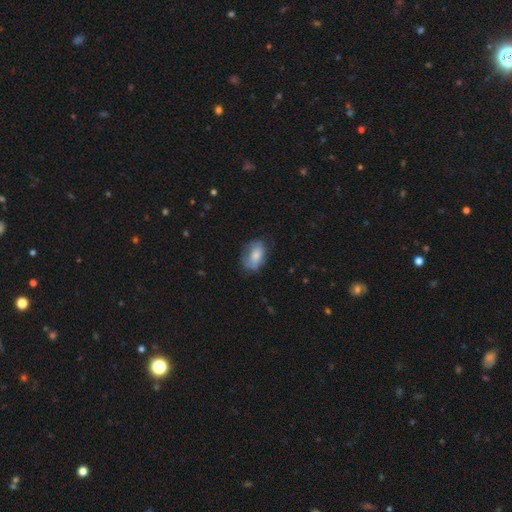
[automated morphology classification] smooth-or-featured: smooth: 75% | featured or disk: 18% | star or artifact: 7%
  how-rounded: in between: 88% | round: 10% | cigar-shaped: 2%
  merging: none: 59% | minor disturbance: 28% | major disturbance: 11% | merger: 2%